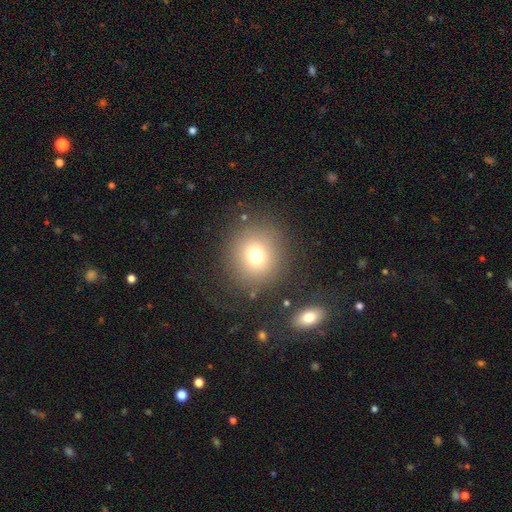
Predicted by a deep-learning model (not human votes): Morphology: type=smooth (72%); roundness=round (89%); merging=none (82%).